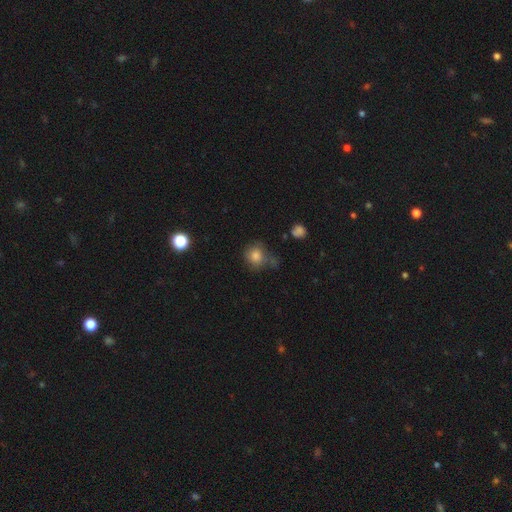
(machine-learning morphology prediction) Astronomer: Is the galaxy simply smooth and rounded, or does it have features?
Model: smooth — 80%.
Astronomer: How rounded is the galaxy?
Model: round — 81%.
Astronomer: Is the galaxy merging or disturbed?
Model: none — 56%.